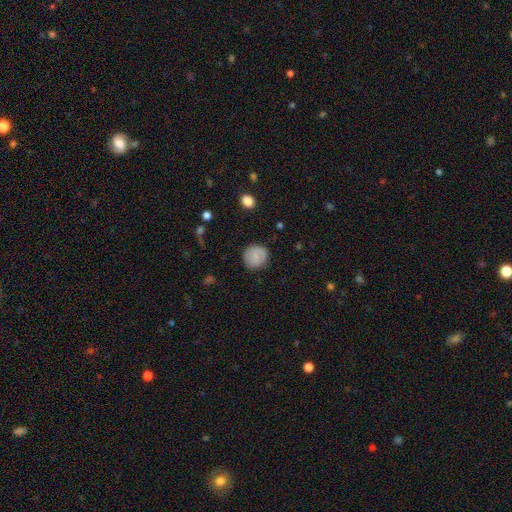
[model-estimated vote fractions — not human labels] Smooth or featured: smooth — 76% (featured or disk — 16%)
How rounded: round — 88% (in between — 11%)
Merging: none — 84% (minor disturbance — 12%)